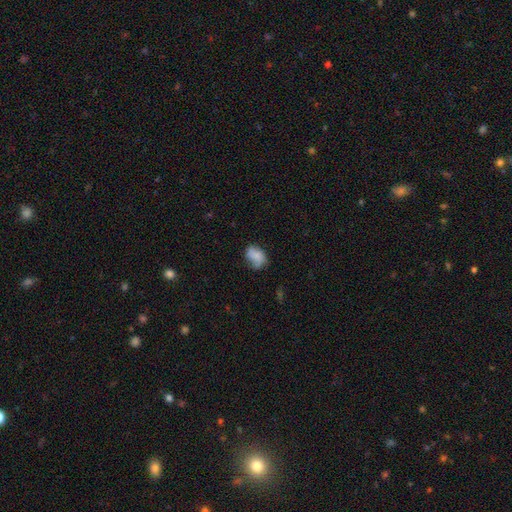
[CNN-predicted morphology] Smooth or featured: smooth — 69% (featured or disk — 22%)
How rounded: in between — 79% (round — 19%)
Merging: none — 44% (minor disturbance — 34%)